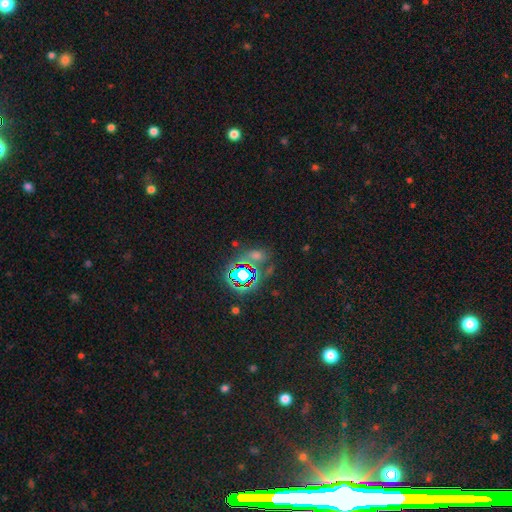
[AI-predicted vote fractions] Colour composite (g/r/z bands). It shows a star or artifact, not a galaxy (61%).